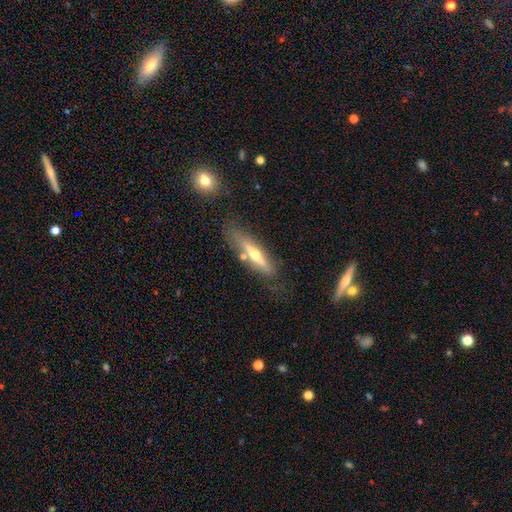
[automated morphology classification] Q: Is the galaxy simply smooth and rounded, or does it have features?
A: featured or disk — 56%.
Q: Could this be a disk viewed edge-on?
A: yes — 81%.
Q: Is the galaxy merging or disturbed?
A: none — 68%.